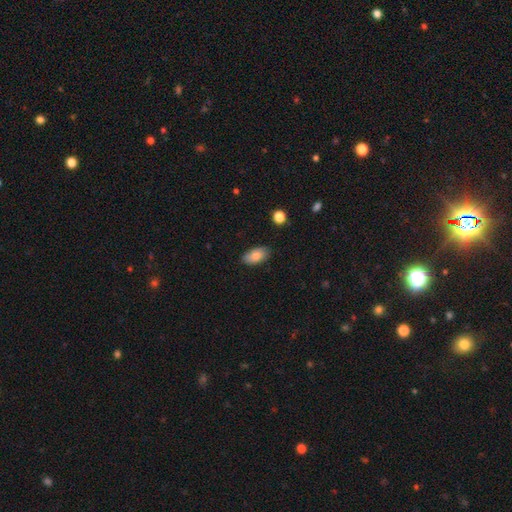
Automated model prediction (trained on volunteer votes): smooth_or_featured: smooth (p=0.80) [alt: featured or disk p=0.12]
how_rounded: in between (p=0.93) [alt: round p=0.04]
merging: none (p=0.84) [alt: minor disturbance p=0.13]